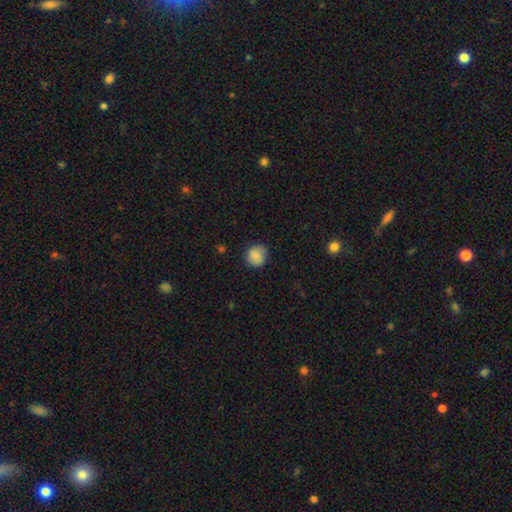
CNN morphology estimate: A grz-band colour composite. It shows a smooth galaxy with no disk features (86%) that is round (87%). Merging: none (82%).